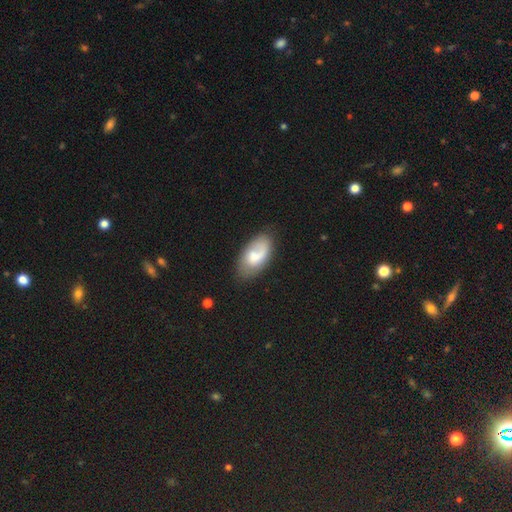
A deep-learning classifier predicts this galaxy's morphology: Smooth or featured: smooth — 60% (featured or disk — 33%)
How rounded: in between — 94% (round — 4%)
Merging: none — 66% (minor disturbance — 22%)